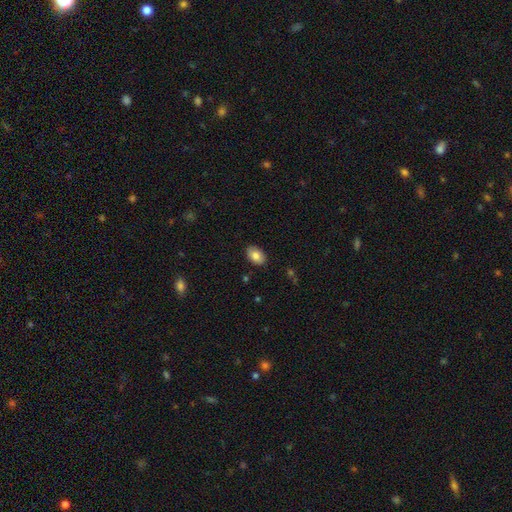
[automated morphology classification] type=smooth (83%); roundness=in between (88%); merging=none (88%).